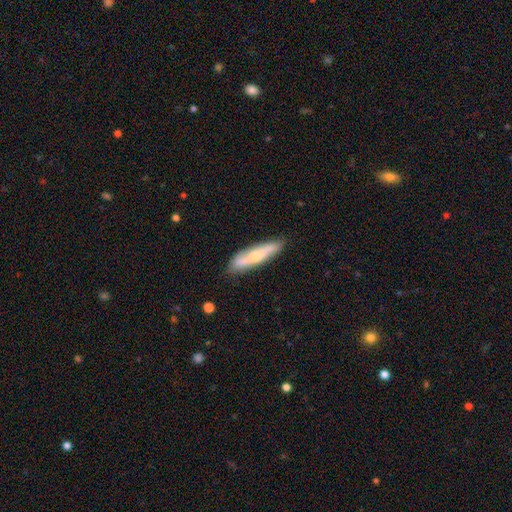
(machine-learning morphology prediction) smooth 49%, featured or disk 45%, star or artifact 5%. Down the decision tree: merging — none (83%).